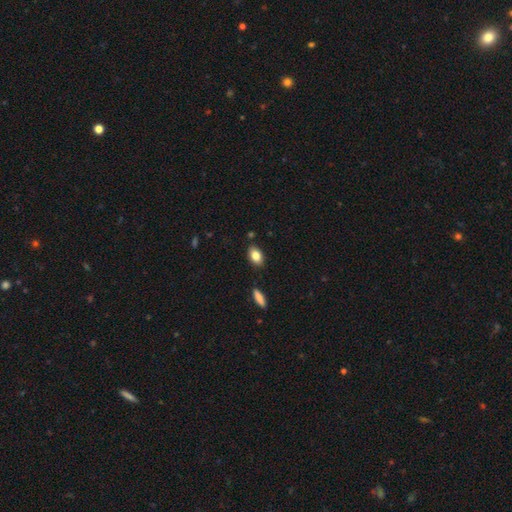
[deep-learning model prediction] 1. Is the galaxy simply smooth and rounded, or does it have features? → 83% smooth, 9% featured or disk, 8% star or artifact.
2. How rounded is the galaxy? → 88% in between, 10% round, 2% cigar-shaped.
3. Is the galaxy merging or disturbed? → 85% none, 10% minor disturbance, 3% merger, 2% major disturbance.